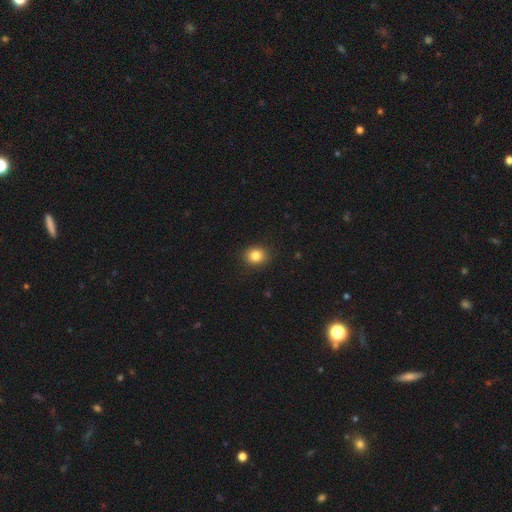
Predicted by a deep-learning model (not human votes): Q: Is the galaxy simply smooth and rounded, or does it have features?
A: smooth — 83%.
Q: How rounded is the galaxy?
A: round — 71%.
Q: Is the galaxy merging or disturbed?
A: none — 90%.